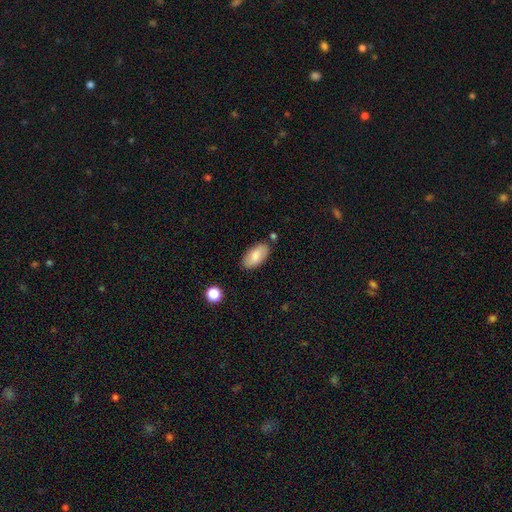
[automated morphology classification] type=smooth (82%); roundness=in between (94%); merging=none (82%).